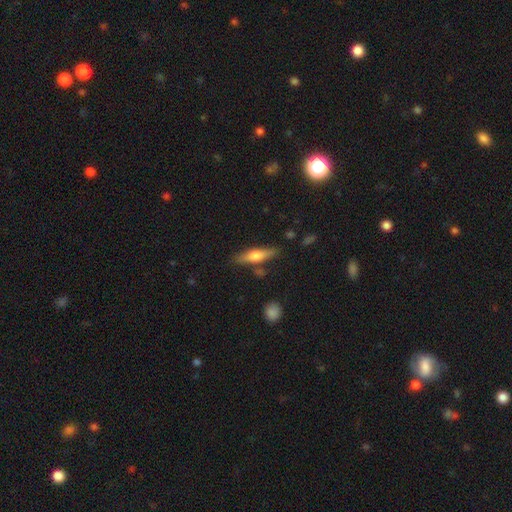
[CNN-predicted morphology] Smooth or featured: smooth — 49% (featured or disk — 45%)
Merging: none — 80% (minor disturbance — 12%)